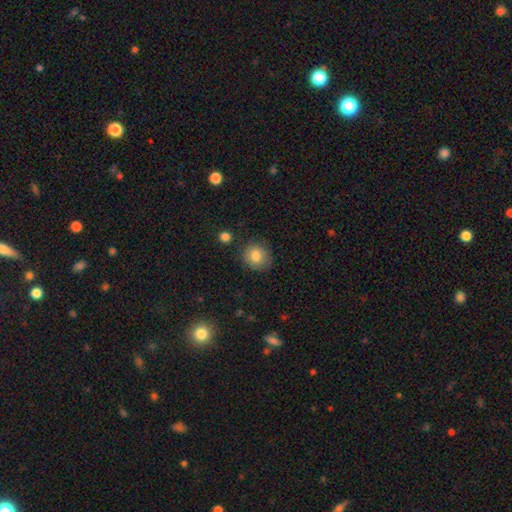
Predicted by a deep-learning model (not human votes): Smooth or featured? Predicted: smooth (p=0.82). How rounded? Predicted: round (p=0.82). Merging? Predicted: none (p=0.84).